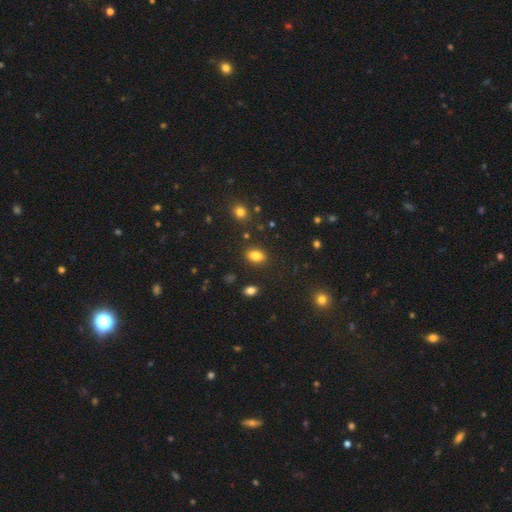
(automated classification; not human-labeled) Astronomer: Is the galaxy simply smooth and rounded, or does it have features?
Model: smooth — 83%.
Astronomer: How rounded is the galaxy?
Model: in between — 83%.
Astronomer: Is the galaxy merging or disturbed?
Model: none — 85%.